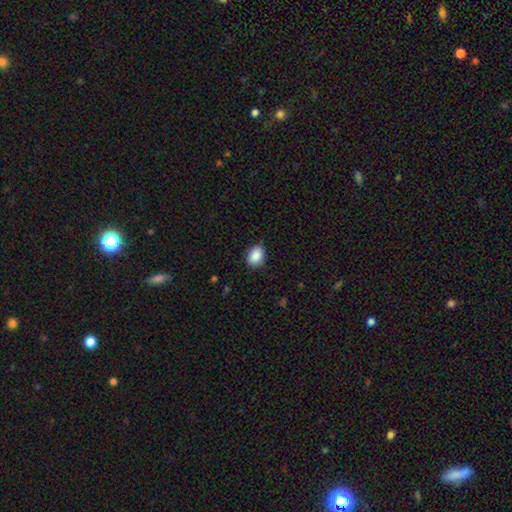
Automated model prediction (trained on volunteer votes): Overall: smooth (88%). How rounded: in between (69%; round 30%). Merging: none (84%).